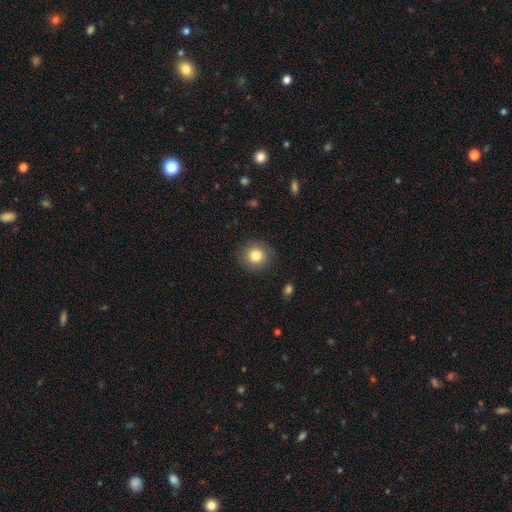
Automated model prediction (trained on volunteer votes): This is clearly a smooth galaxy (82%). How rounded: clearly round (92%). Merging: clearly none (89%).